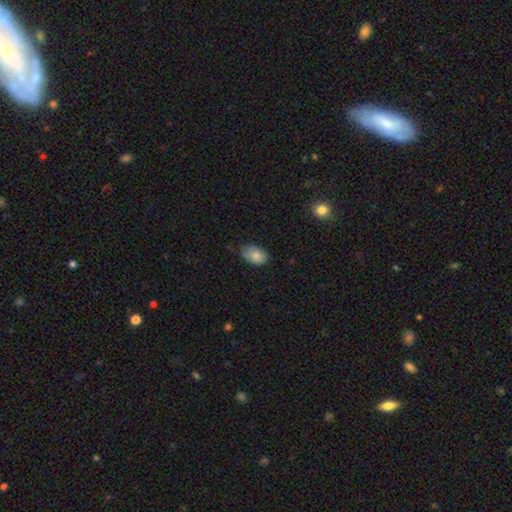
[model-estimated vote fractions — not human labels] Overall: smooth (82%). How rounded: in between (89%). Merging: none (64%; minor disturbance 30%).